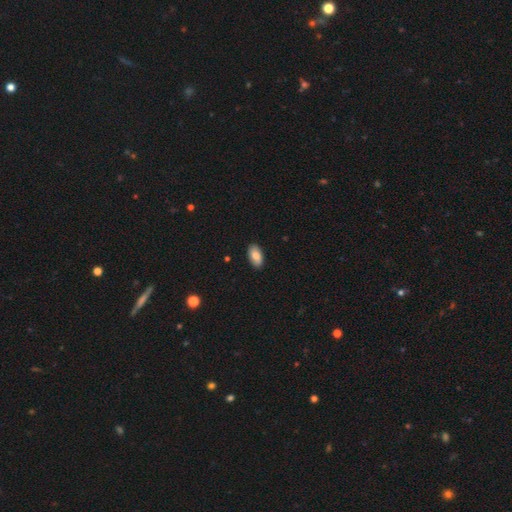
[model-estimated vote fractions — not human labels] Smooth or featured? smooth (81%)
How rounded? in between (94%)
Merging? none (90%)